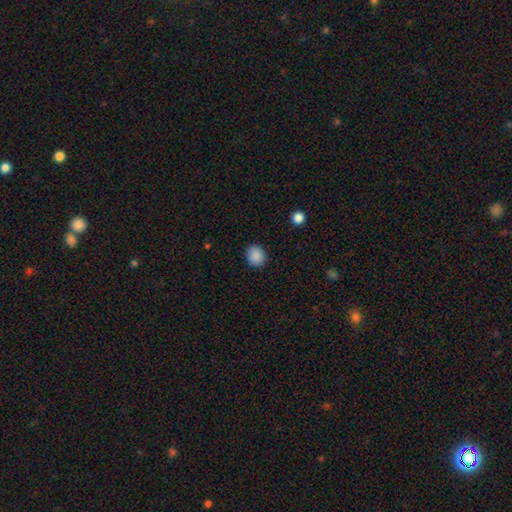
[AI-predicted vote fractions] smooth_or_featured: smooth (p=0.89) [alt: star or artifact p=0.09]
how_rounded: round (p=0.81) [alt: in between p=0.18]
merging: none (p=0.89) [alt: minor disturbance p=0.08]